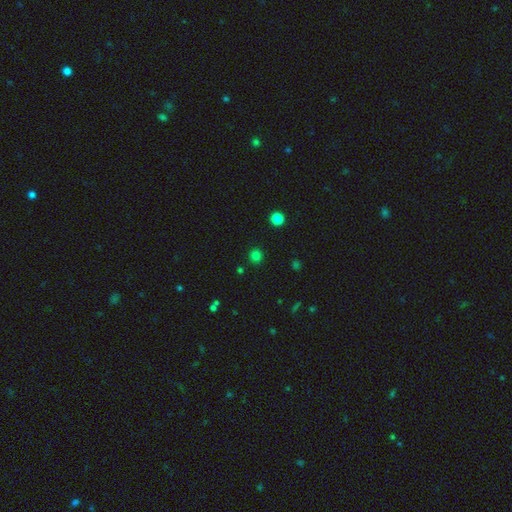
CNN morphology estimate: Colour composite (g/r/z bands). It shows a smooth galaxy with no disk features (78%) that is round (91%). Merging: none (89%).